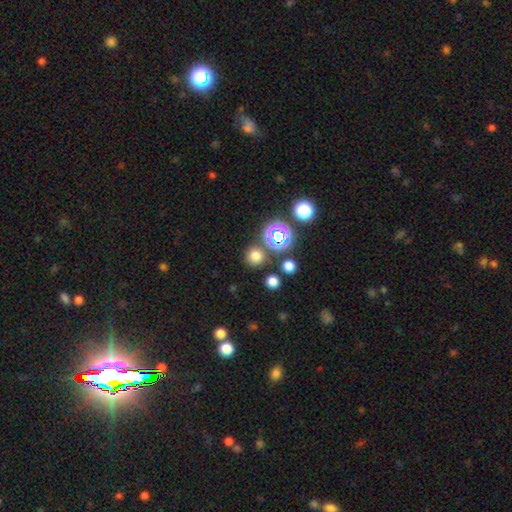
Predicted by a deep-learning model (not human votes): smooth 70%, star or artifact 24%, featured or disk 6%. Down the decision tree: how rounded — round (92%); merging — none (82%).